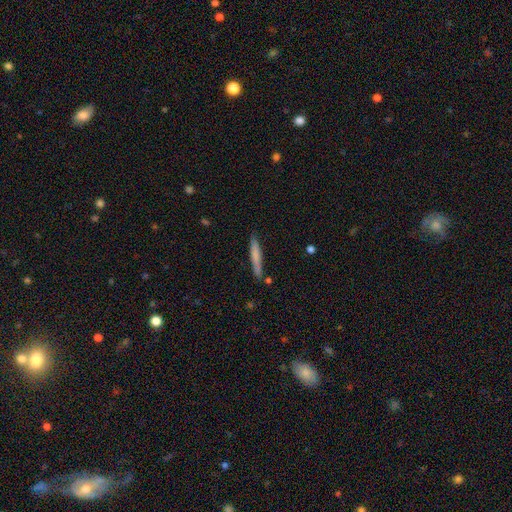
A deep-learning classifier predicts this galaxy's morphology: The model was most divided on "smooth or featured": smooth: 68%, featured or disk: 26%, star or artifact: 6%. More confident: how rounded — cigar-shaped (95%); merging — none (83%).